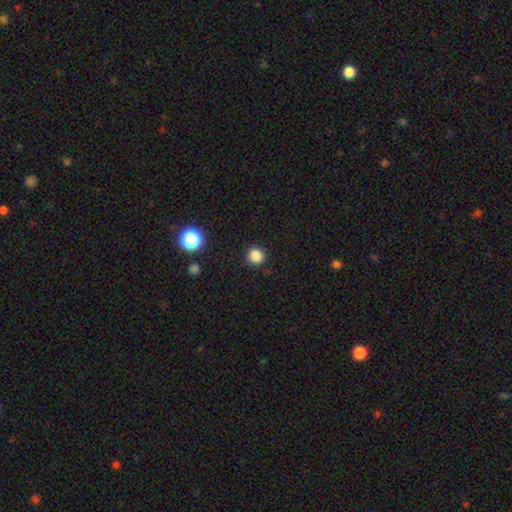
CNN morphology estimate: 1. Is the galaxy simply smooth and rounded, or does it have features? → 84% smooth, 13% star or artifact, 3% featured or disk.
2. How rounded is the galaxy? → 93% round, 6% in between, 1% cigar-shaped.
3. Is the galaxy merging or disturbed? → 91% none, 6% minor disturbance, 2% major disturbance, 1% merger.